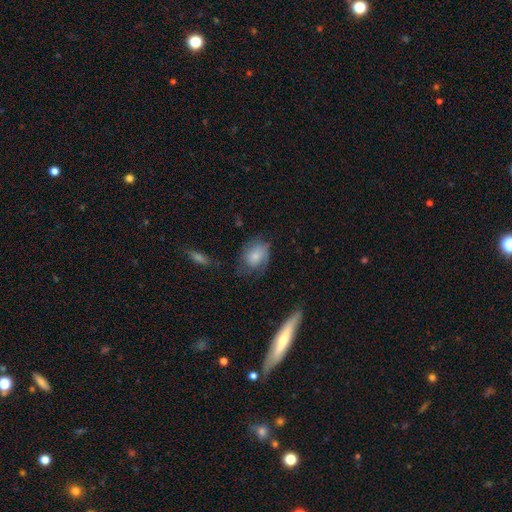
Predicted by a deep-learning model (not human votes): The model was most divided on "merging": none: 47%, minor disturbance: 30%, major disturbance: 20%, merger: 2%. More confident: smooth or featured — smooth (70%); how rounded — in between (65%).